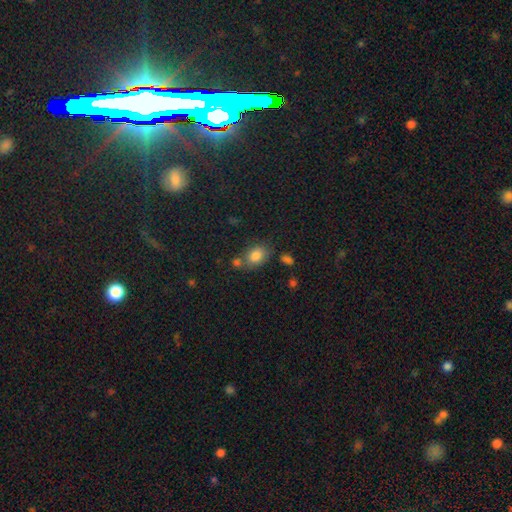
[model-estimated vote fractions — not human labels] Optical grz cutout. It shows a smooth galaxy with no disk features (82%) that is in between round and cigar-shaped (72%). Merging: none (59%).